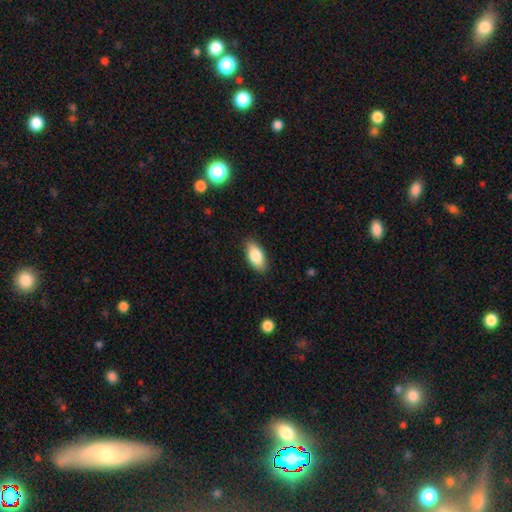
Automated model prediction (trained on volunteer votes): Smooth or featured? smooth (83%)
How rounded? in between (89%)
Merging? none (86%)